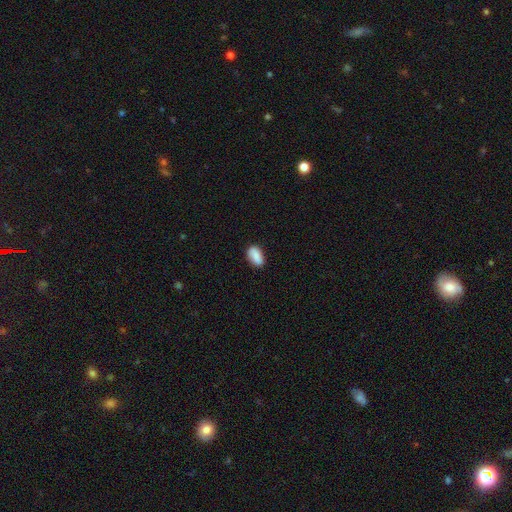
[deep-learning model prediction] Overall: smooth (82%). How rounded: in between (90%). Merging: none (80%).